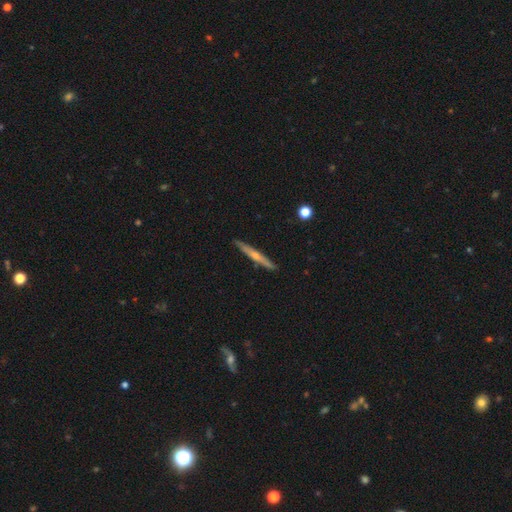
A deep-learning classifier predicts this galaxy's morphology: smooth-or-featured: featured or disk: 57% | smooth: 37% | star or artifact: 6%
  disk-edge-on: yes: 96% | no: 4%
    edge-on-bulge: rounded: 64% | none: 31% | boxy: 4%
  merging: none: 90% | minor disturbance: 8% | major disturbance: 1% | merger: 1%